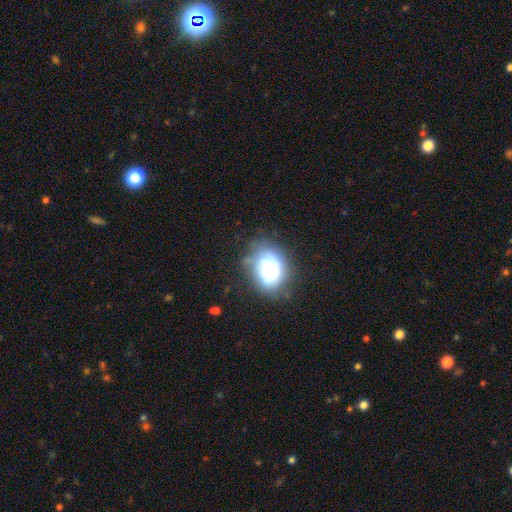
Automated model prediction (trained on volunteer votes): This appears to be a smooth galaxy with no disk features (66%) that is in between round and cigar-shaped (66%). Merging: none (67%).